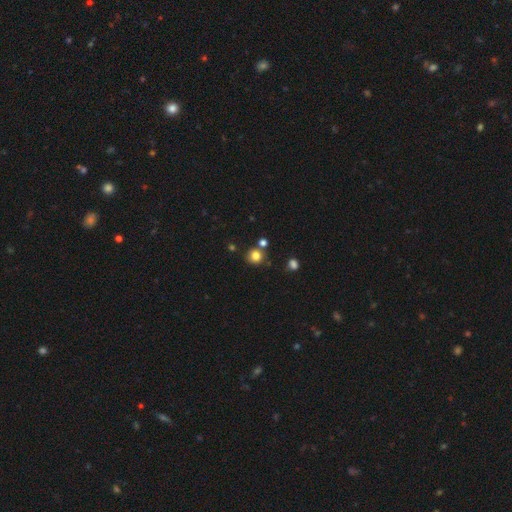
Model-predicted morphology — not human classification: Smooth or featured? Predicted: smooth (p=0.81). How rounded? Predicted: round (p=0.90). Merging? Predicted: none (p=0.78).